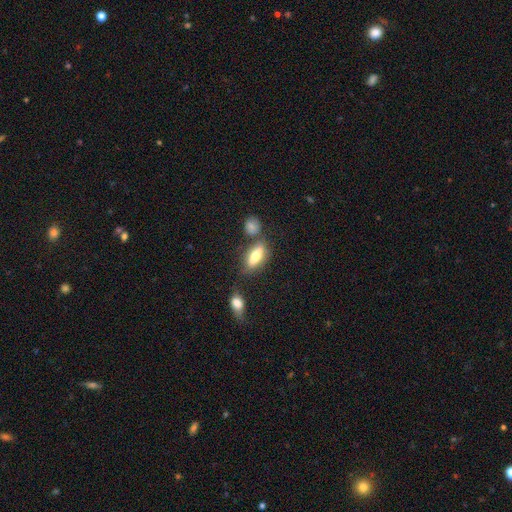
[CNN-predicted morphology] smooth_or_featured: smooth (p=0.64) [alt: featured or disk p=0.28]
how_rounded: in between (p=0.62) [alt: cigar-shaped p=0.34]
merging: none (p=0.66) [alt: minor disturbance p=0.15]